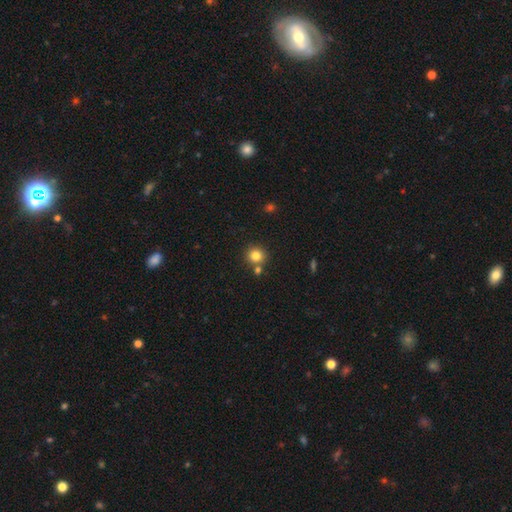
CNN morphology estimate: A smooth galaxy with no disk features (81%) that is round (91%).

Vote fractions:
- Smooth or featured? smooth: 81% / star or artifact: 12% / featured or disk: 7%
- How rounded? round: 91% / in between: 8% / cigar-shaped: 1%
- Merging? none: 74% / merger: 15% / minor disturbance: 8% / major disturbance: 2%